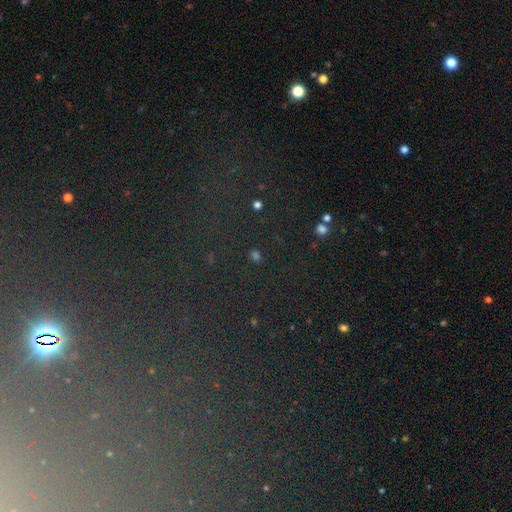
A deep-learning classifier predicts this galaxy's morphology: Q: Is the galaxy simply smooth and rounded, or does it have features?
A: star or artifact — 76%.